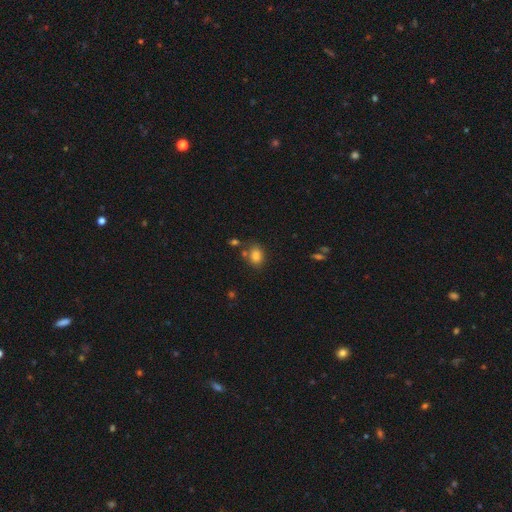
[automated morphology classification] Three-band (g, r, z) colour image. It shows a smooth galaxy with no disk features (83%) that is in between round and cigar-shaped (66%). Merging: none (71%).